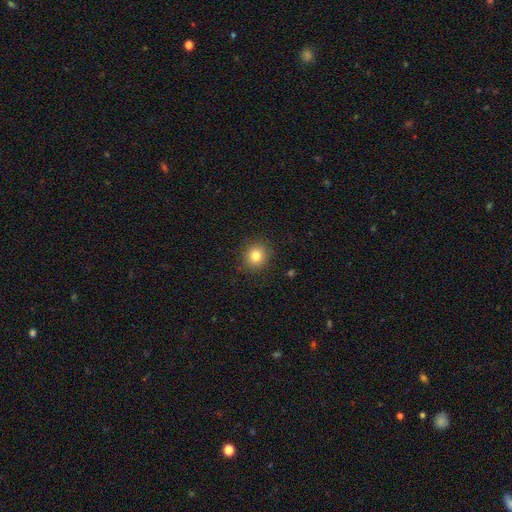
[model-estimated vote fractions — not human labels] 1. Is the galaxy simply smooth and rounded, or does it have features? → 81% smooth, 12% star or artifact, 7% featured or disk.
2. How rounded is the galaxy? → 86% round, 13% in between, 1% cigar-shaped.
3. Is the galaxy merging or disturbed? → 90% none, 7% minor disturbance, 2% major disturbance, 1% merger.